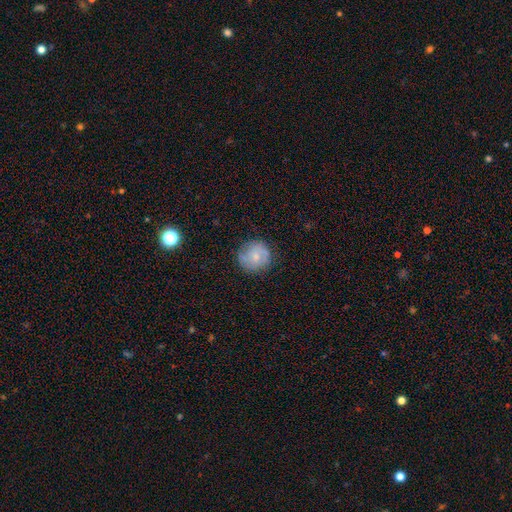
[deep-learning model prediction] The model was most divided on "smooth or featured": smooth: 57%, featured or disk: 35%, star or artifact: 8%. More confident: how rounded — round (91%); merging — none (78%).